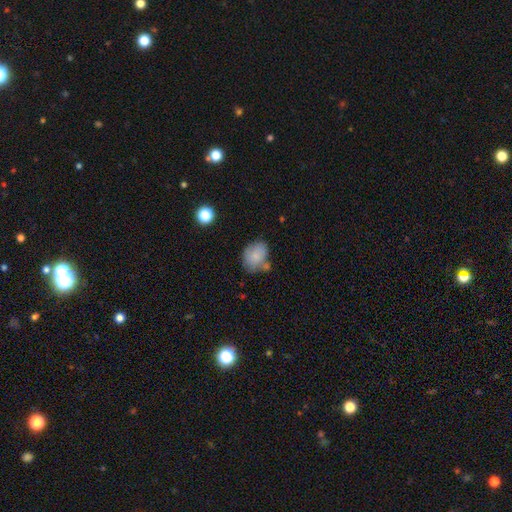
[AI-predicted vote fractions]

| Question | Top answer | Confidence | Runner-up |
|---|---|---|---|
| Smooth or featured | smooth | 81% | featured or disk (11%) |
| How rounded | in between | 65% | round (34%) |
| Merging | none | 54% | minor disturbance (24%) |